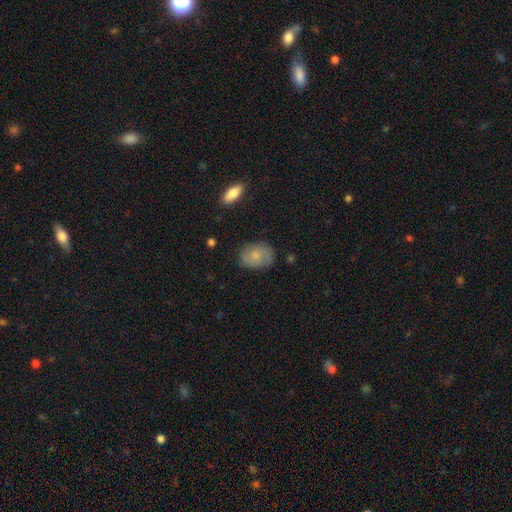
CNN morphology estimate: A smooth galaxy with no disk features (70%) that is in between round and cigar-shaped (73%).

Vote fractions:
- Smooth or featured? smooth: 70% / featured or disk: 23% / star or artifact: 7%
- How rounded? in between: 73% / round: 25% / cigar-shaped: 1%
- Merging? none: 74% / minor disturbance: 20% / major disturbance: 5% / merger: 2%